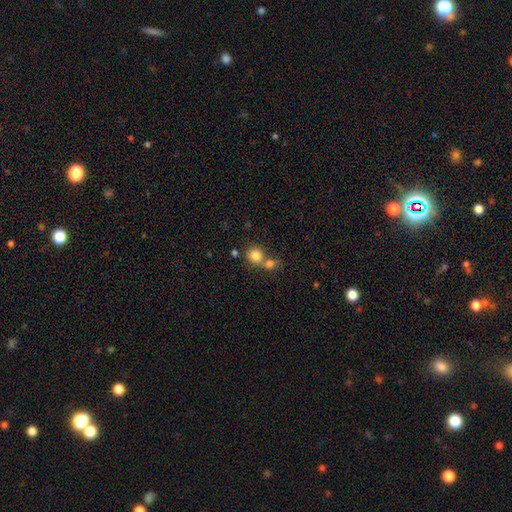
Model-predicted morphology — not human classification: smooth 82%, star or artifact 10%, featured or disk 8%. Down the decision tree: how rounded — round (83%); merging — merger (51%).